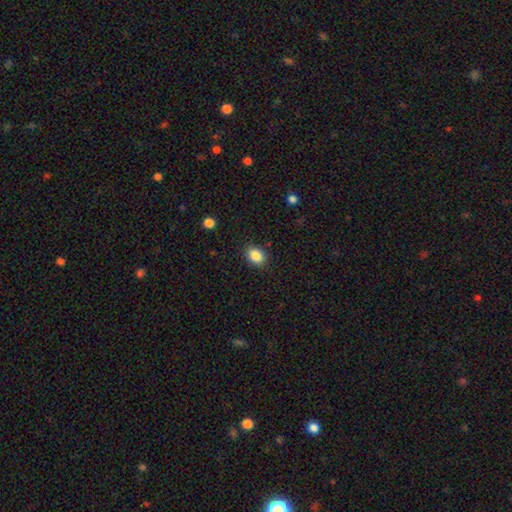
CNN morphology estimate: This is clearly a smooth galaxy (87%). How rounded: likely in between (70%). Merging: clearly none (87%).